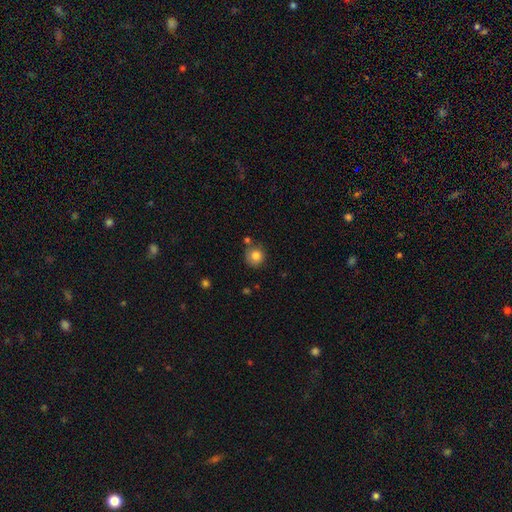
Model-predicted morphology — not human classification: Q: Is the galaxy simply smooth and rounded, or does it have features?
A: smooth — 82%.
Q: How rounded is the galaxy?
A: round — 90%.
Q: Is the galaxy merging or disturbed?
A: none — 70%.